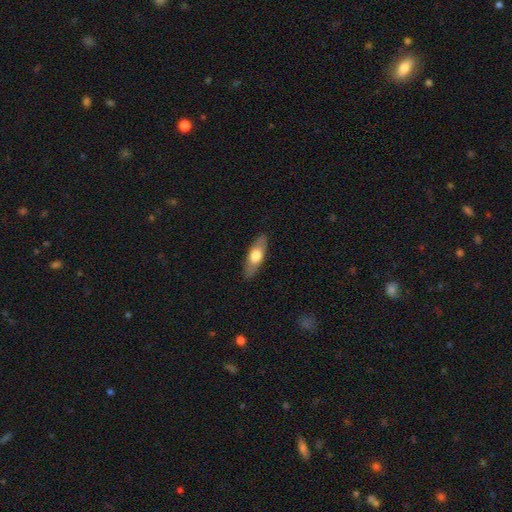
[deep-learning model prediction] This is possibly a smooth galaxy (59%). How rounded: likely in between (61%). Merging: clearly none (87%).